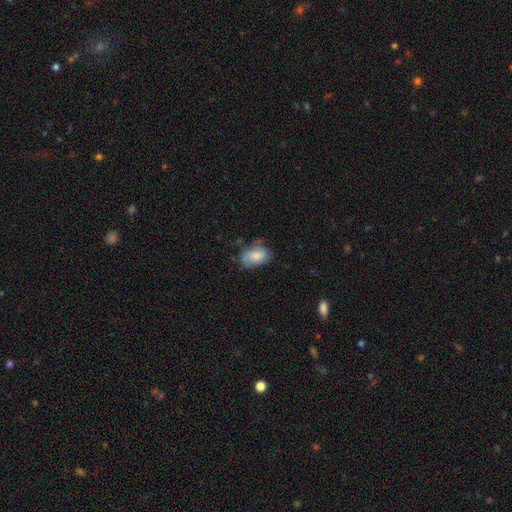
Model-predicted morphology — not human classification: Smooth or featured?
  - smooth: 73% *
  - featured or disk: 19%
  - star or artifact: 8%
How rounded?
  - in between: 87% *
  - round: 12%
  - cigar-shaped: 1%
Merging?
  - none: 52% *
  - minor disturbance: 33%
  - major disturbance: 12%
  - merger: 3%